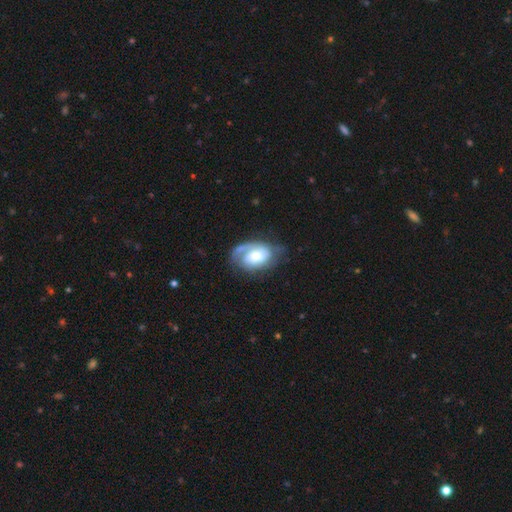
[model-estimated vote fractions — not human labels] Smooth or featured: featured or disk — 75% (smooth — 20%)
Edge-on disk: no — 96% (yes — 4%)
Bar: no — 57% (weak — 35%)
Spiral arms: yes — 91% (no — 9%)
Spiral winding: tight — 46% (medium — 38%)
Spiral arm count: 1 — 42% (2 — 36%)
Bulge size: moderate — 54% (small — 27%)
Merging: none — 58% (minor disturbance — 23%)